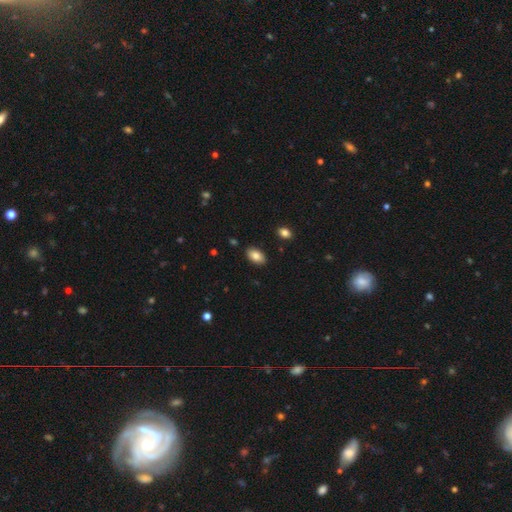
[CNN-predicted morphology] Smooth or featured: smooth — 84% (featured or disk — 8%)
How rounded: in between — 93% (round — 6%)
Merging: none — 88% (minor disturbance — 8%)